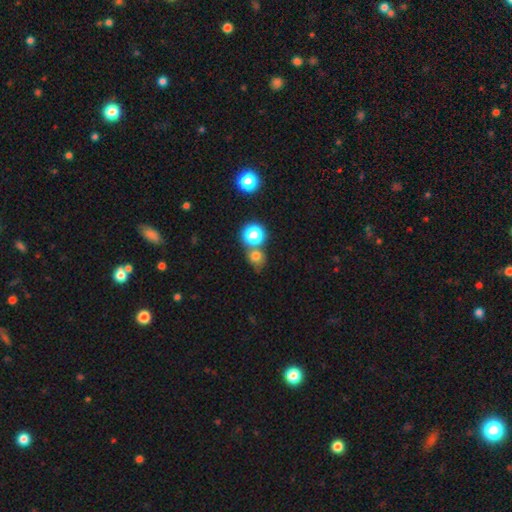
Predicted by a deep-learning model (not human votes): This appears to be a smooth galaxy with no disk features (69%) that is round (77%). Merging: none (56%).